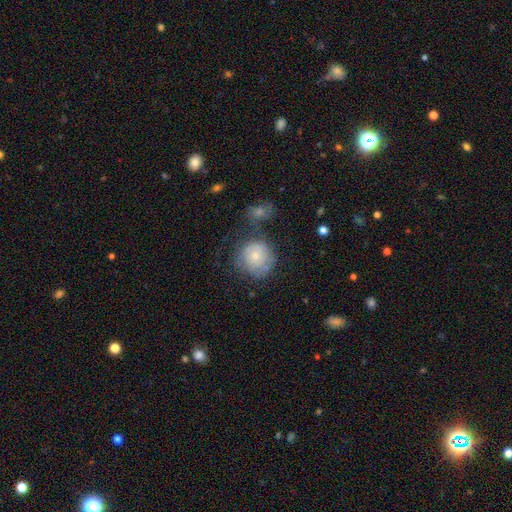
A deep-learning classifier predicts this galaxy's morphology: smooth 63%, featured or disk 29%, star or artifact 8%. Down the decision tree: how rounded — round (89%); merging — none (57%).